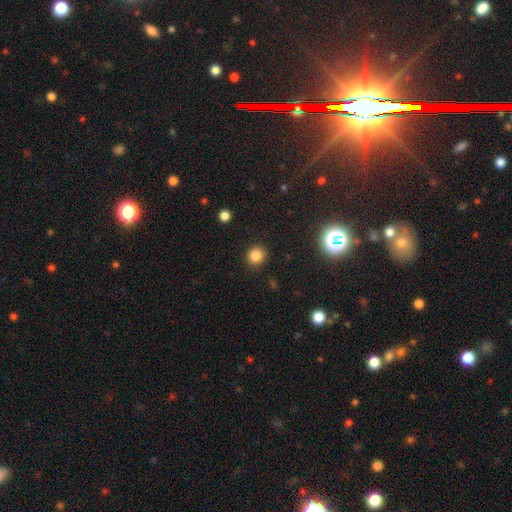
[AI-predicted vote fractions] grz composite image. It shows a smooth galaxy with no disk features (82%) that is round (83%). Merging: none (89%).